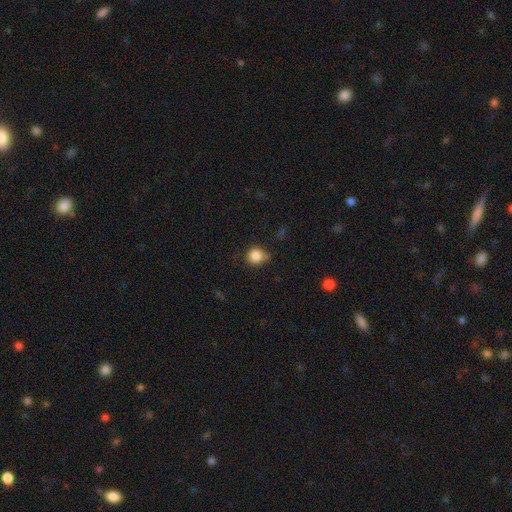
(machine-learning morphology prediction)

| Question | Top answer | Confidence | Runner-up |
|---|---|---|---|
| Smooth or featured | smooth | 84% | star or artifact (10%) |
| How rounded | round | 88% | in between (11%) |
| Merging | none | 64% | minor disturbance (25%) |